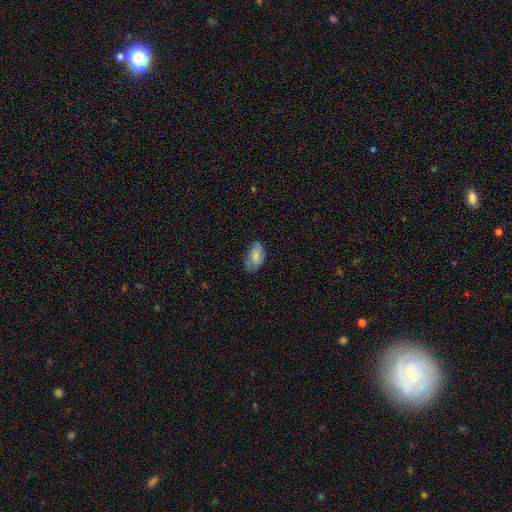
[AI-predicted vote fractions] The model was most divided on "merging": none: 65%, minor disturbance: 29%, major disturbance: 5%, merger: 1%. More confident: how rounded — in between (93%); smooth or featured — smooth (80%).